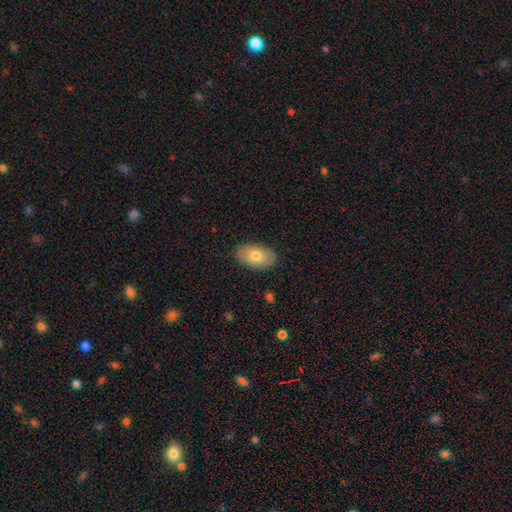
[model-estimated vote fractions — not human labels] A smooth galaxy with no disk features (75%) that is in between round and cigar-shaped (93%). Merging: none (87%).